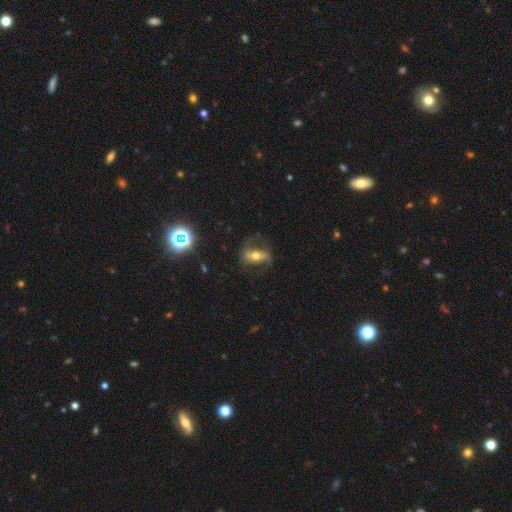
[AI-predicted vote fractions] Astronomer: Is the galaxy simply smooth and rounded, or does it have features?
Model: featured or disk — 66%.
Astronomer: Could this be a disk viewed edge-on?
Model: no — 85%.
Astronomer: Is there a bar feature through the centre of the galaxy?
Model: strong — 50% (runner-up: weak, 25%).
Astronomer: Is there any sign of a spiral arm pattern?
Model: yes — 79%.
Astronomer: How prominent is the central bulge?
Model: moderate — 67%.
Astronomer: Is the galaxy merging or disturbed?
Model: none — 68%.